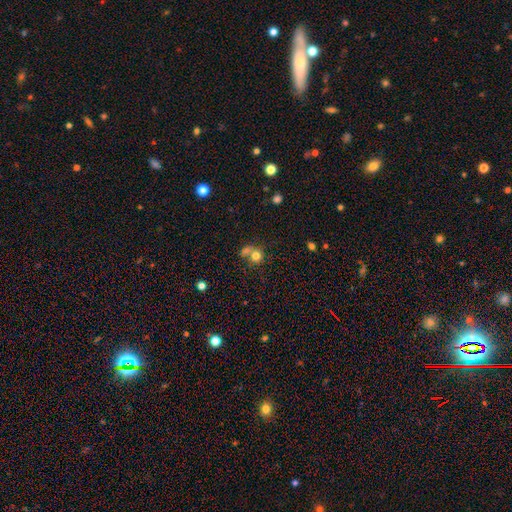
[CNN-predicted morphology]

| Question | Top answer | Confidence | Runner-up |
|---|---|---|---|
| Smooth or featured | smooth | 75% | star or artifact (13%) |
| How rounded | round | 83% | in between (16%) |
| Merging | merger | 44% | none (40%) |